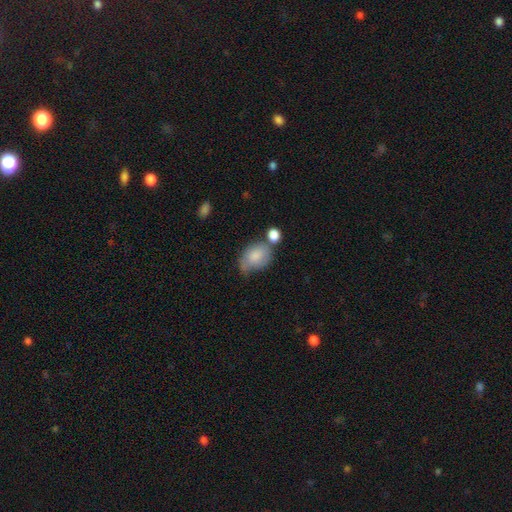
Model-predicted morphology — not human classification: Smooth or featured? smooth (80%)
How rounded? in between (78%)
Merging? none (37%)